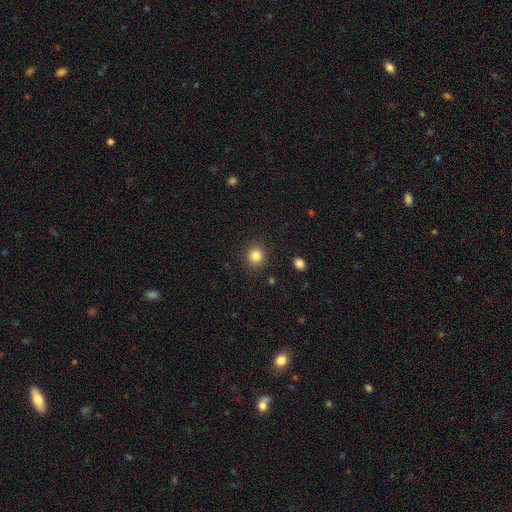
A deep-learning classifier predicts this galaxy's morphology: Overall: smooth (84%). How rounded: round (87%). Merging: none (89%).